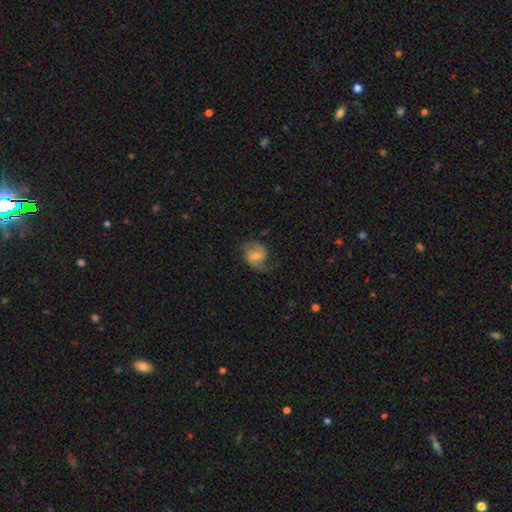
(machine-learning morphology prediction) Smooth or featured? Predicted: featured or disk (p=0.55). Edge-on disk? Predicted: no (p=0.97). Bar? Predicted: weak (p=0.47). Spiral arms? Predicted: yes (p=0.86). Bulge size? Predicted: small (p=0.43, tied with moderate). Merging? Predicted: none (p=0.60).